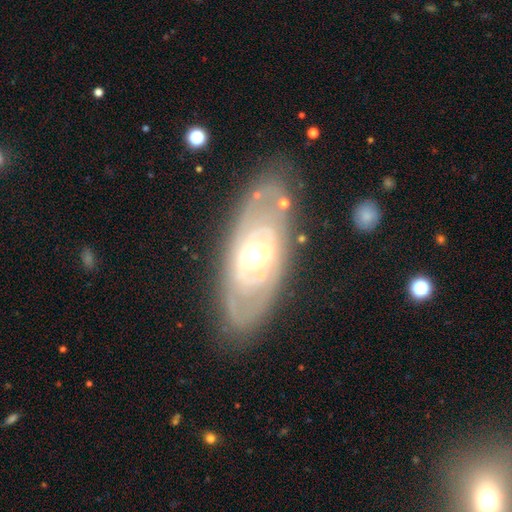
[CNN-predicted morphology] The model was most divided on "spiral arms": yes: 65%, no: 35%. More confident: edge-on disk — no (88%); smooth or featured — featured or disk (79%); merging — none (78%); bulge size — moderate (64%); bar — no (62%).